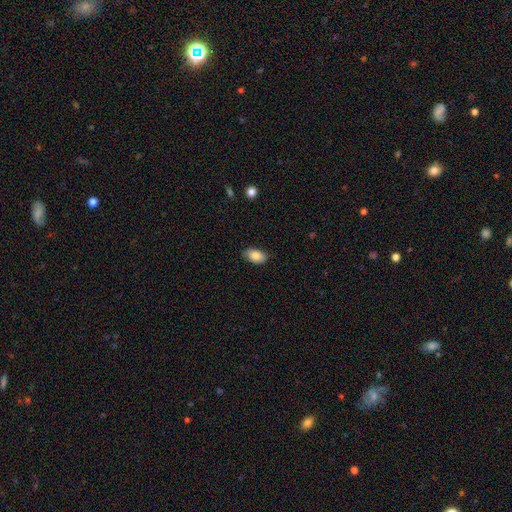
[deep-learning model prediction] Smooth or featured?
  - smooth: 86% *
  - star or artifact: 7%
  - featured or disk: 7%
How rounded?
  - in between: 93% *
  - round: 6%
  - cigar-shaped: 2%
Merging?
  - none: 82% *
  - minor disturbance: 14%
  - major disturbance: 2%
  - merger: 1%